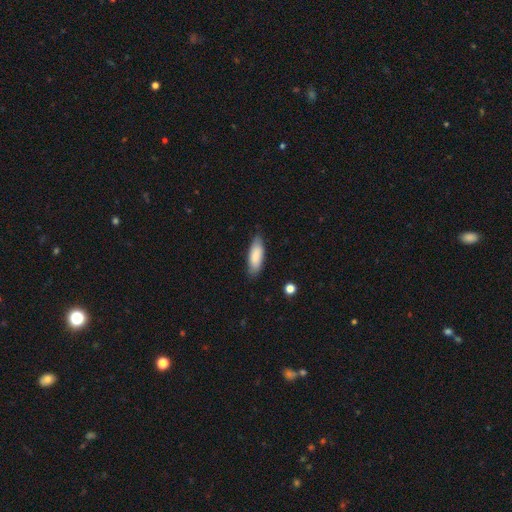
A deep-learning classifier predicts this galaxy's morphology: Smooth or featured: smooth — 85% (featured or disk — 9%)
How rounded: in between — 64% (cigar-shaped — 34%)
Merging: none — 83% (minor disturbance — 14%)